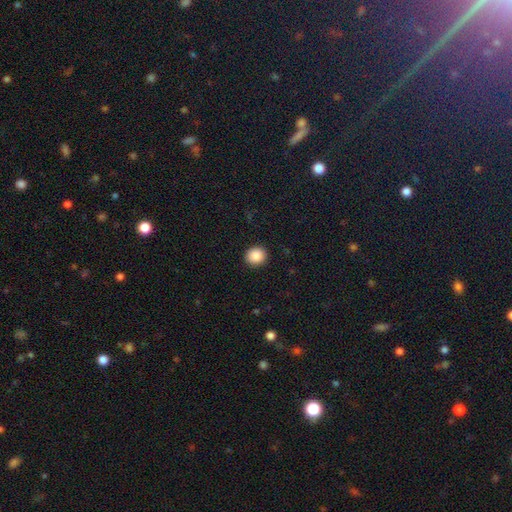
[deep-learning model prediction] Morphology: type=smooth (89%); roundness=round (85%); merging=none (92%).